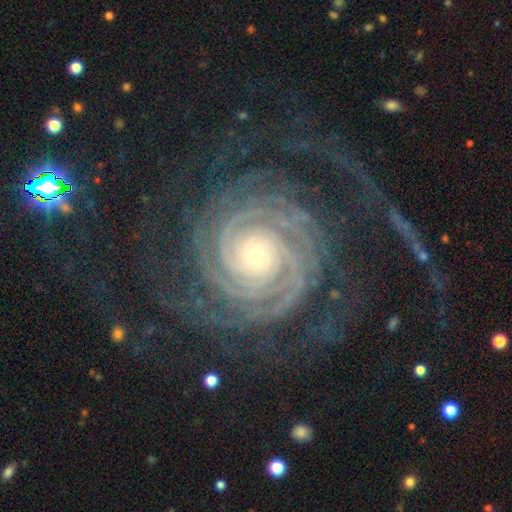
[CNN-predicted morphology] Smooth or featured? featured or disk (91%)
Edge-on disk? no (98%)
Bar? no (77%)
Spiral arms? yes (99%)
Spiral winding? tight (85%)
Spiral arm count? 2 (26%)
Bulge size? small (77%)
Merging? none (68%)